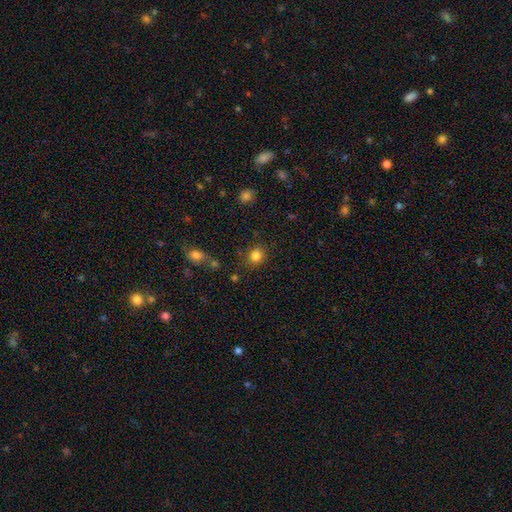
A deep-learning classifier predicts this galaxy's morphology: The model was most divided on "how rounded": round: 76%, in between: 24%, cigar-shaped: 1%. More confident: merging — none (84%); smooth or featured — smooth (83%).